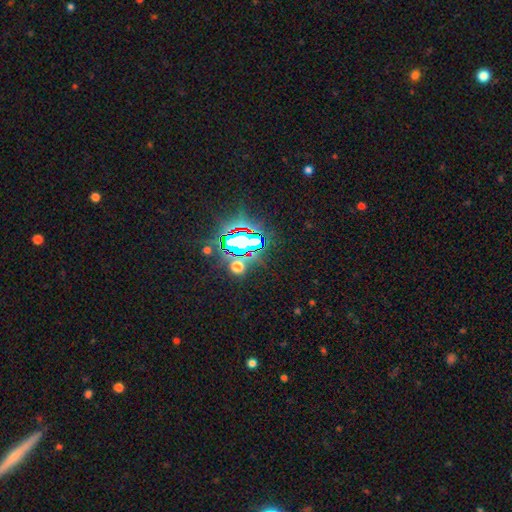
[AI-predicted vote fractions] Q: Smooth or featured?
A: star or artifact (84%); runner-up: smooth (9%)